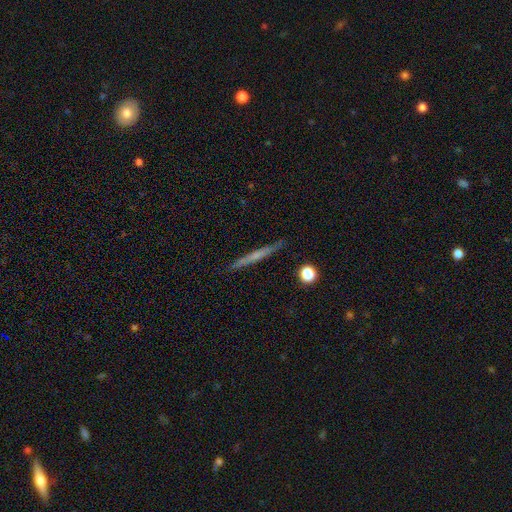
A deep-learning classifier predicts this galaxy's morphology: Smooth or featured? Predicted: featured or disk (p=0.52). Edge-on disk? Predicted: yes (p=0.97). Edge-on bulge? Predicted: none (p=0.74). Merging? Predicted: none (p=0.90).